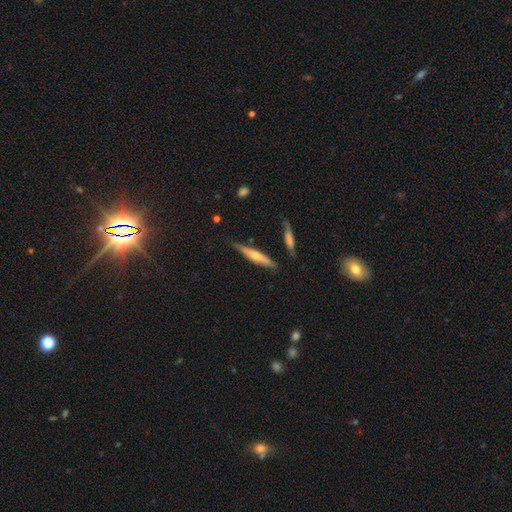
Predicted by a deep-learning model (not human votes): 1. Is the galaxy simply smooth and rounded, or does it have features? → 54% featured or disk, 40% smooth, 6% star or artifact.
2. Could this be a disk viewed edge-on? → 93% yes, 7% no.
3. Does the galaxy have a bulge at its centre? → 76% rounded, 15% none, 9% boxy.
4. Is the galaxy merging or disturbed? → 75% none, 17% minor disturbance, 5% merger, 4% major disturbance.